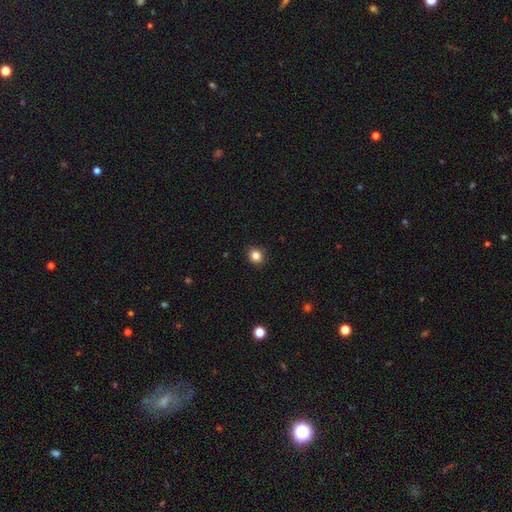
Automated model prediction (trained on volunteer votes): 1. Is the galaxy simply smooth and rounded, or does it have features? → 83% smooth, 11% star or artifact, 5% featured or disk.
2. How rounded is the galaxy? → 78% round, 21% in between, 1% cigar-shaped.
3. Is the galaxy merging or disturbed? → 89% none, 8% minor disturbance, 2% major disturbance, 1% merger.